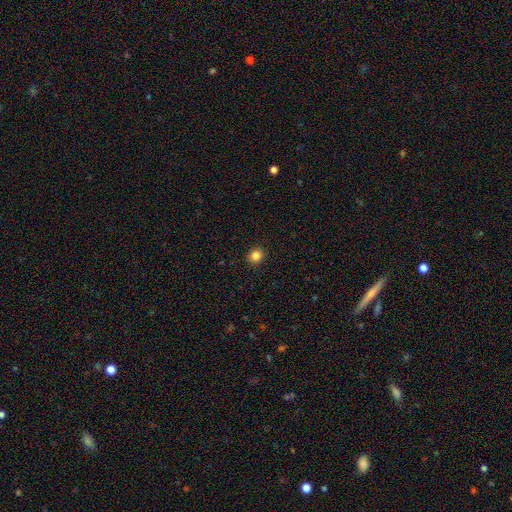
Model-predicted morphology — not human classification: smooth_or_featured: smooth (p=0.85) [alt: star or artifact p=0.12]
how_rounded: round (p=0.87) [alt: in between p=0.13]
merging: none (p=0.92) [alt: minor disturbance p=0.05]